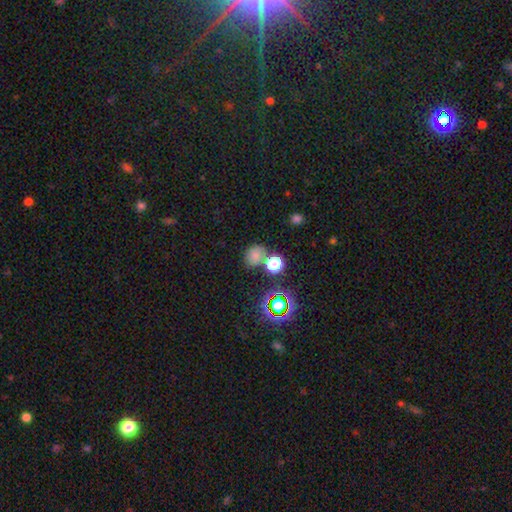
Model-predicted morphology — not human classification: smooth-or-featured: smooth: 70% | star or artifact: 23% | featured or disk: 7%
  how-rounded: round: 66% | in between: 33% | cigar-shaped: 1%
  merging: none: 55% | merger: 29% | minor disturbance: 12% | major disturbance: 5%